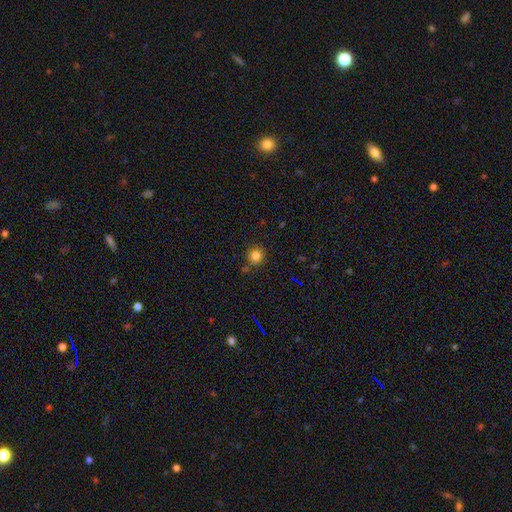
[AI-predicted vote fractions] A smooth galaxy with no disk features (81%) that is round (91%).

Vote fractions:
- Smooth or featured? smooth: 81% / star or artifact: 13% / featured or disk: 6%
- How rounded? round: 91% / in between: 8% / cigar-shaped: 1%
- Merging? none: 84% / minor disturbance: 9% / merger: 5% / major disturbance: 2%